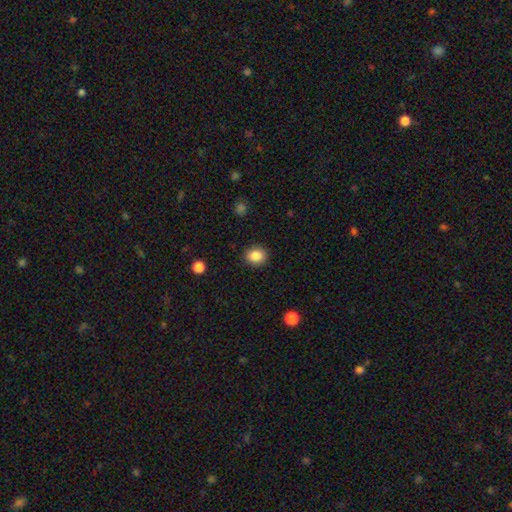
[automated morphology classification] A smooth galaxy with no disk features (86%) that is round (68%).

Vote fractions:
- Smooth or featured? smooth: 86% / star or artifact: 9% / featured or disk: 5%
- How rounded? round: 68% / in between: 31% / cigar-shaped: 1%
- Merging? none: 90% / minor disturbance: 7% / major disturbance: 2% / merger: 1%